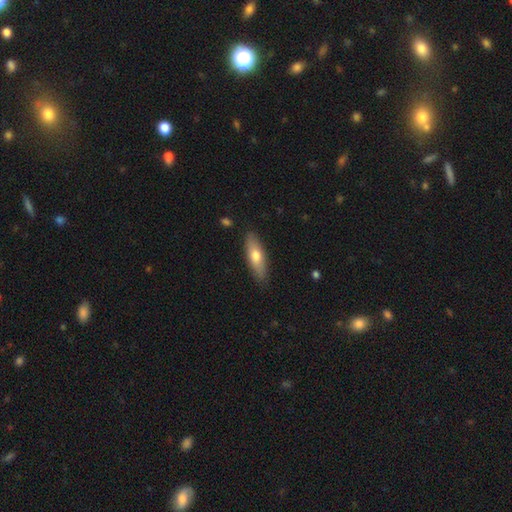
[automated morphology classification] This is likely a smooth galaxy (65%). How rounded: possibly in between (52%). Merging: clearly none (86%).